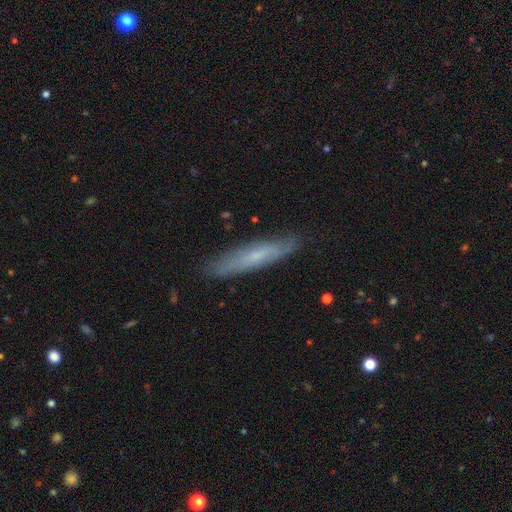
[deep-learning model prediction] smooth-or-featured: smooth: 48% | featured or disk: 45% | star or artifact: 7%
  merging: none: 83% | minor disturbance: 14% | major disturbance: 3% | merger: 1%